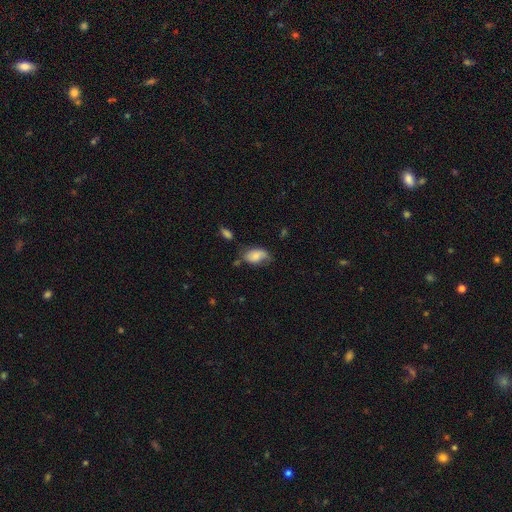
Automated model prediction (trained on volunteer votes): The model was most divided on "merging": none: 49%, minor disturbance: 33%, major disturbance: 13%, merger: 5%. More confident: how rounded — in between (90%); smooth or featured — smooth (69%).